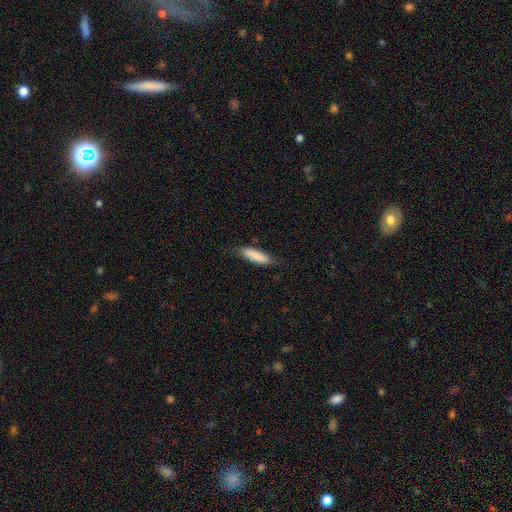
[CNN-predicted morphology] type=smooth (85%); roundness=cigar-shaped (63%); merging=none (76%).